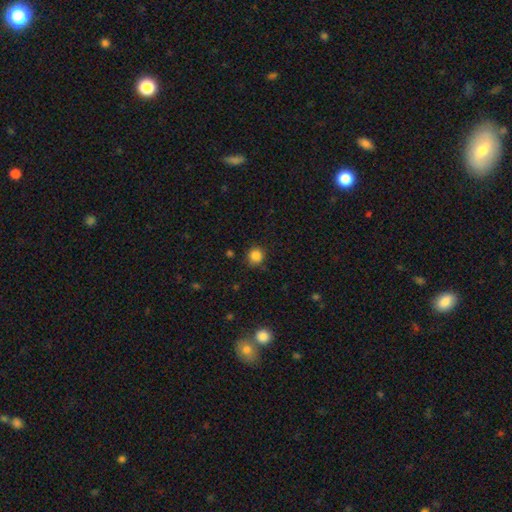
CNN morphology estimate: Smooth or featured? Predicted: smooth (p=0.85). How rounded? Predicted: round (p=0.91). Merging? Predicted: none (p=0.86).